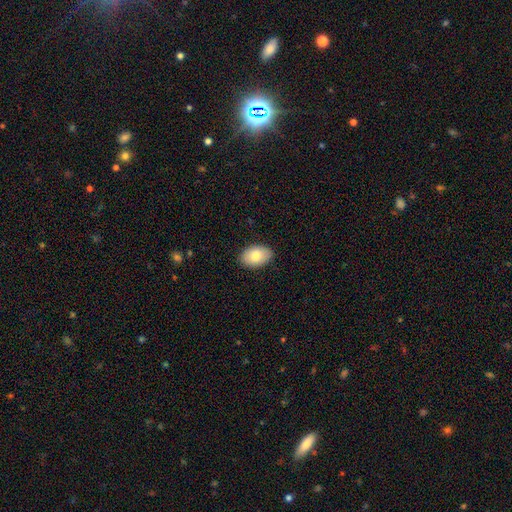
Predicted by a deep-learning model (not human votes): Morphology: type=smooth (80%); roundness=in between (89%); merging=none (88%).